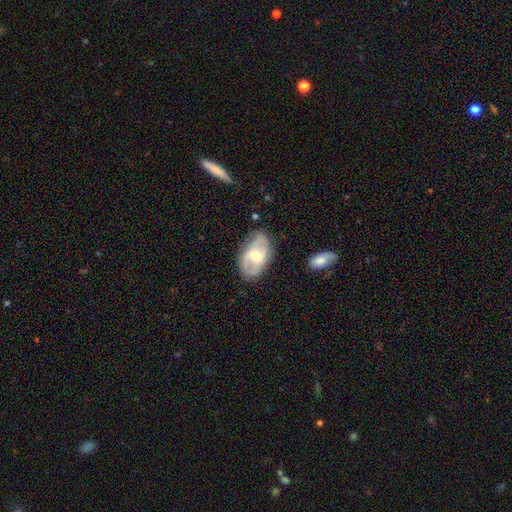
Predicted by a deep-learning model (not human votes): Smooth or featured: featured or disk — 72% (smooth — 23%)
Edge-on disk: no — 96% (yes — 4%)
Bar: weak — 53% (no — 31%)
Spiral arms: yes — 85% (no — 15%)
Spiral winding: medium — 48% (loose — 29%)
Spiral arm count: 2 — 76% (can't tell — 14%)
Bulge size: moderate — 52% (small — 42%)
Merging: none — 69% (minor disturbance — 22%)